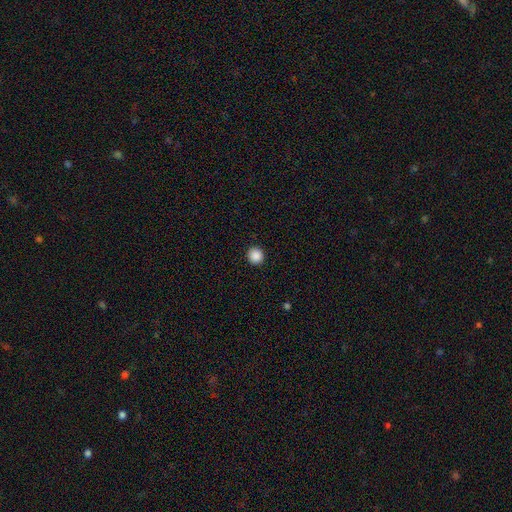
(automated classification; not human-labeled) A smooth galaxy with no disk features (89%) that is round (95%).

Vote fractions:
- Smooth or featured? smooth: 89% / star or artifact: 9% / featured or disk: 2%
- How rounded? round: 95% / in between: 4% / cigar-shaped: 1%
- Merging? none: 94% / minor disturbance: 4% / major disturbance: 2% / merger: 1%